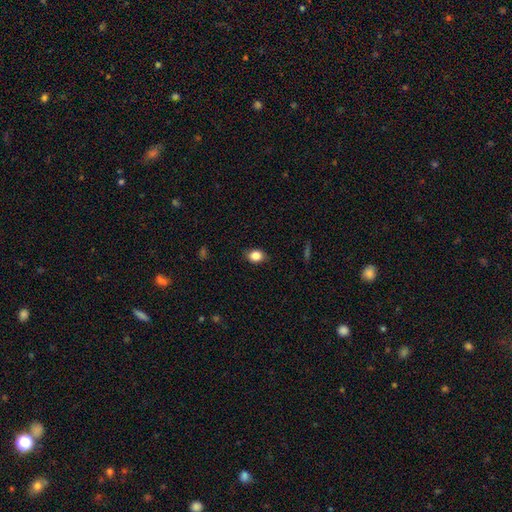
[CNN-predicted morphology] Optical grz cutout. It shows a smooth galaxy with no disk features (85%) that is in between round and cigar-shaped (63%). Merging: none (84%).